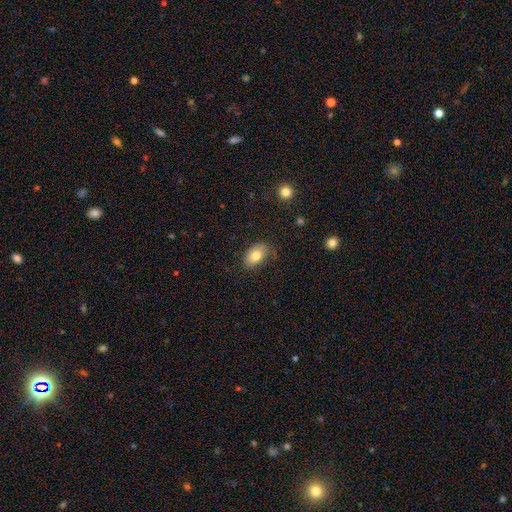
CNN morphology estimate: smooth-or-featured: smooth: 78% | featured or disk: 13% | star or artifact: 8%
  how-rounded: in between: 88% | round: 10% | cigar-shaped: 1%
  merging: none: 71% | minor disturbance: 22% | major disturbance: 6% | merger: 1%